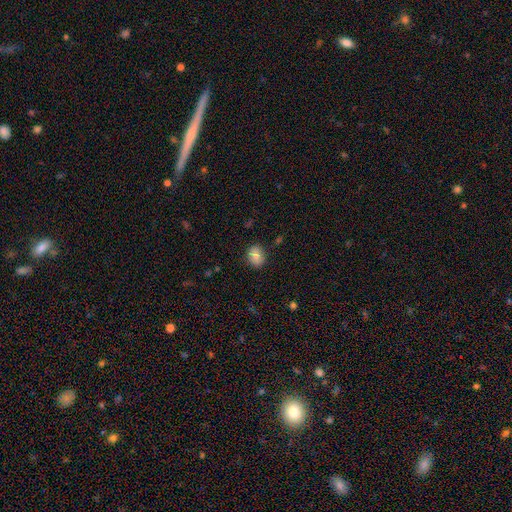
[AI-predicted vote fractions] This is likely a smooth galaxy (77%). How rounded: possibly round (53%). Merging: clearly none (84%).